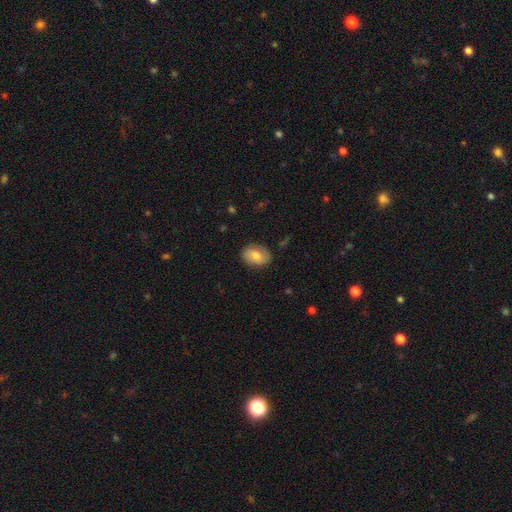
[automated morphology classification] type=smooth (72%); roundness=in between (73%); merging=none (83%).